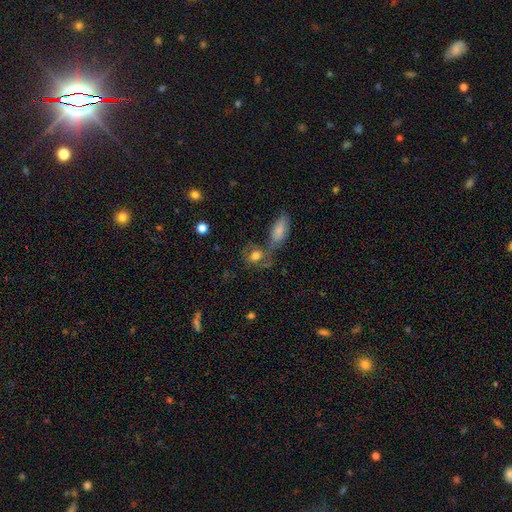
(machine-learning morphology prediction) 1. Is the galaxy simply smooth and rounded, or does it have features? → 66% smooth, 23% featured or disk, 11% star or artifact.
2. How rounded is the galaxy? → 50% in between, 46% round, 4% cigar-shaped.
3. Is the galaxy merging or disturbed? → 42% none, 33% merger, 15% minor disturbance, 10% major disturbance.